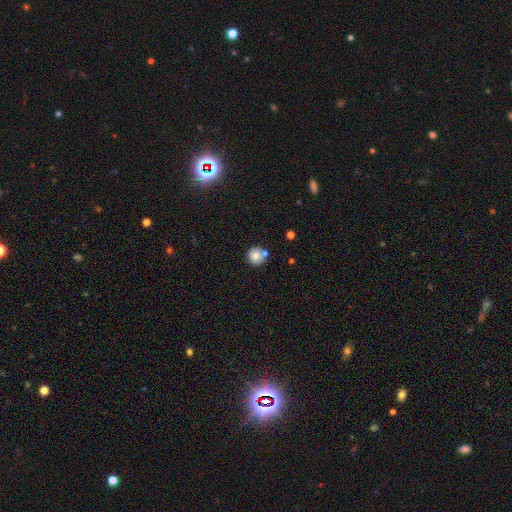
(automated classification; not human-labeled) A smooth galaxy with no disk features (79%) that is round (93%). Merging: none (67%).